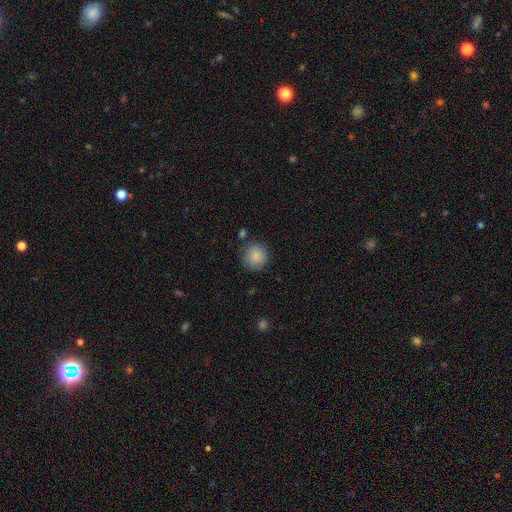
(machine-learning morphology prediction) This is clearly a smooth galaxy (87%). How rounded: clearly round (92%). Merging: likely none (80%).